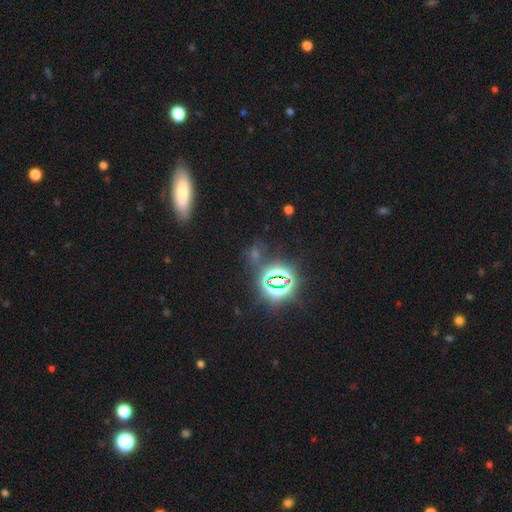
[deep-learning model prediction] Q: Smooth or featured?
A: star or artifact (67%); runner-up: smooth (23%)